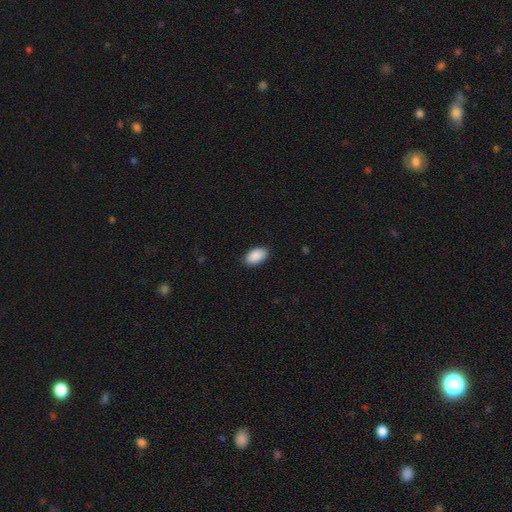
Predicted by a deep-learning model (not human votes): The model was most divided on "merging": none: 89%, minor disturbance: 8%, major disturbance: 2%, merger: 1%. More confident: how rounded — in between (95%); smooth or featured — smooth (91%).